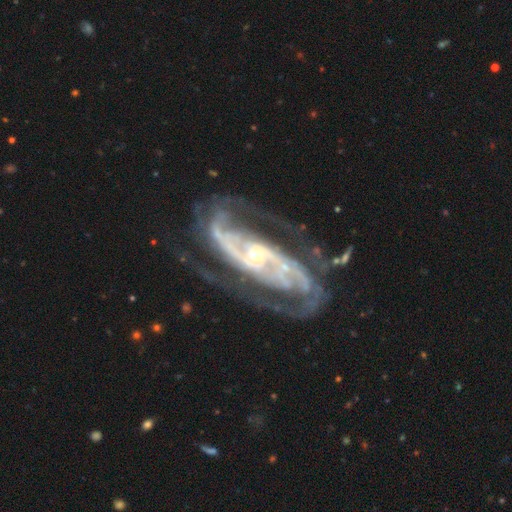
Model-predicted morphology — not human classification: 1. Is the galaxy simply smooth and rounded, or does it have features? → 91% featured or disk, 6% star or artifact, 4% smooth.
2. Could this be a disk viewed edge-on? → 94% no, 6% yes.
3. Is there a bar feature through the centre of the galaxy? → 43% no, 29% strong, 27% weak.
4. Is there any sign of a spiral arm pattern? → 97% yes, 3% no.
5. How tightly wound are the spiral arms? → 46% medium, 37% tight, 16% loose.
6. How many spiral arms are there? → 61% 2, 13% 3, 11% can't tell, 6% 4, 5% 1, 5% more than 4.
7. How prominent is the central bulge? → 70% small, 26% moderate, 2% large, 2% none, 1% dominant.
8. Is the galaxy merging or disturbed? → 66% none, 17% minor disturbance, 15% major disturbance, 3% merger.